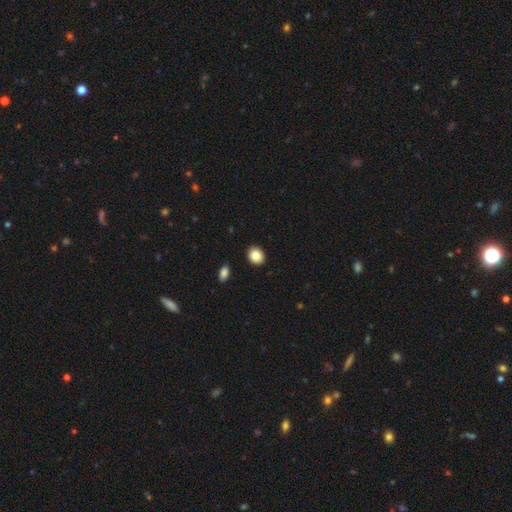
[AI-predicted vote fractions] Q: Smooth or featured?
A: smooth (86%); runner-up: star or artifact (8%)
Q: How rounded?
A: round (57%); runner-up: in between (42%)
Q: Merging?
A: none (91%); runner-up: minor disturbance (6%)